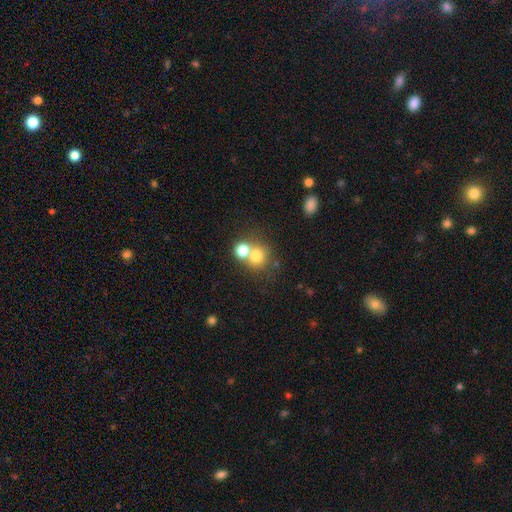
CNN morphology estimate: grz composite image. It shows a smooth galaxy with no disk features (74%) that is round (81%). Merging: merger (54%).